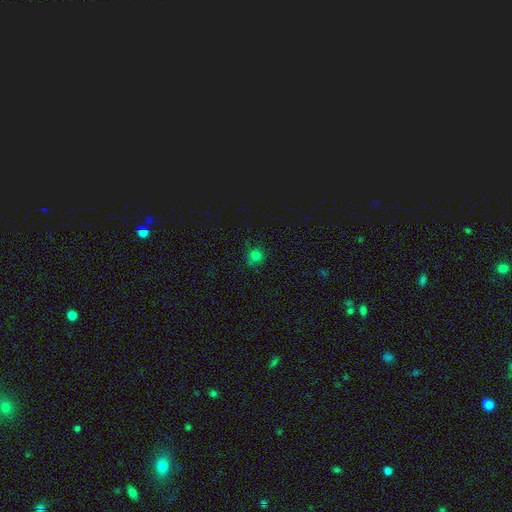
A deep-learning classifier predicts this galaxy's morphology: Overall: smooth (74%). How rounded: round (89%). Merging: none (77%).